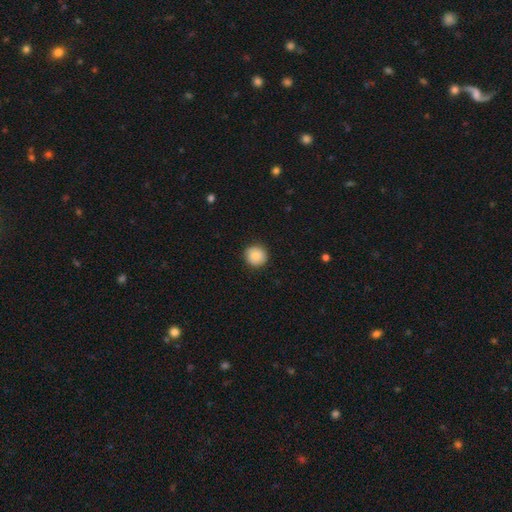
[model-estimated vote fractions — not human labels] Overall: smooth (88%). How rounded: round (92%). Merging: none (91%).